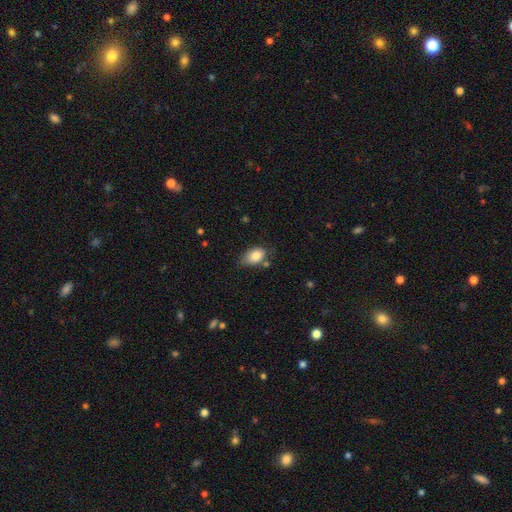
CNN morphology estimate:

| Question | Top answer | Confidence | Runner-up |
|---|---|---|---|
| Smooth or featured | smooth | 83% | featured or disk (9%) |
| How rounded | in between | 88% | round (10%) |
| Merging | none | 62% | minor disturbance (26%) |